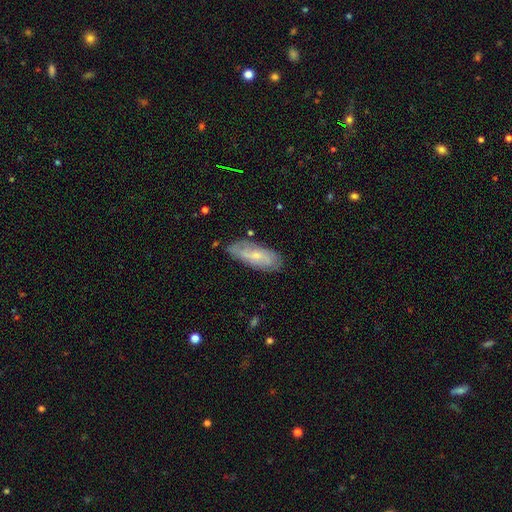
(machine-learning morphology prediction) Overall: featured or disk (52%; smooth 41%). Edge-on disk: no (82%). Merging: none (75%).